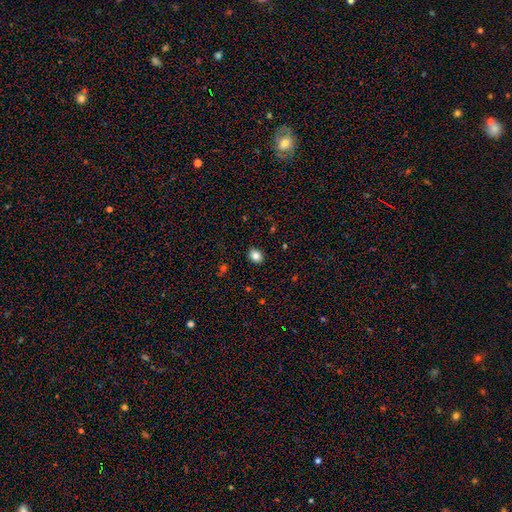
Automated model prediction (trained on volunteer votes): The model was most divided on "how rounded": in between: 50%, round: 49%, cigar-shaped: 1%. More confident: merging — none (90%); smooth or featured — smooth (83%).